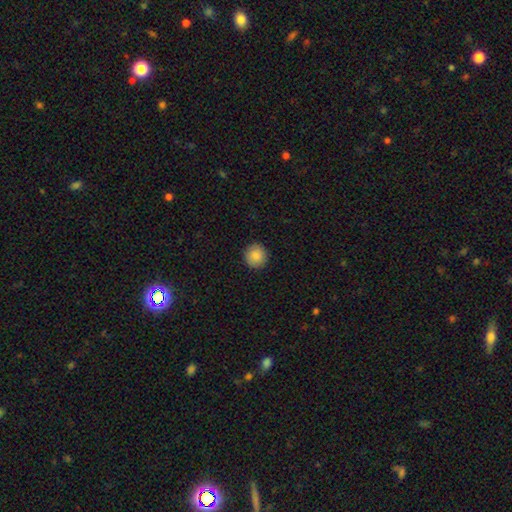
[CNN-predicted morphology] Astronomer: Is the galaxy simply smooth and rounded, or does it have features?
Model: smooth — 87%.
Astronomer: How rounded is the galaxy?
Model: round — 93%.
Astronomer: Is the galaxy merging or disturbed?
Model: none — 92%.